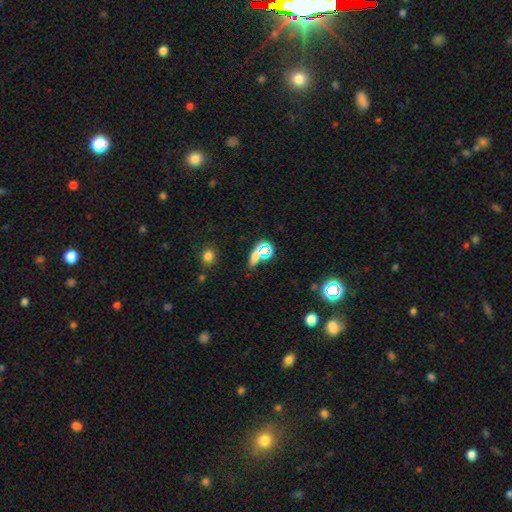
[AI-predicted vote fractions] This appears to be a smooth galaxy with no disk features (44%). Merging: none (64%).